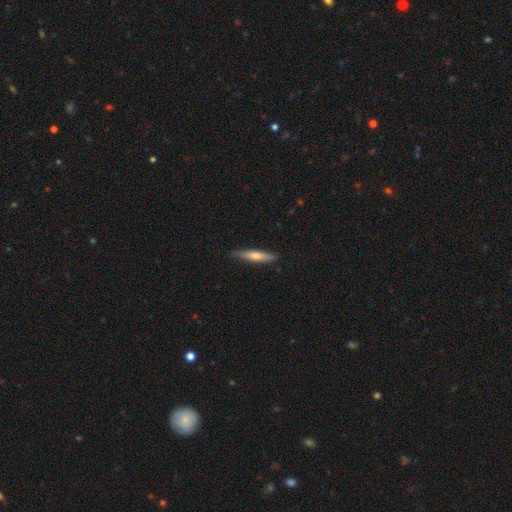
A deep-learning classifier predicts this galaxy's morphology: Smooth or featured? Predicted: smooth (p=0.56). How rounded? Predicted: cigar-shaped (p=0.89). Merging? Predicted: none (p=0.84).